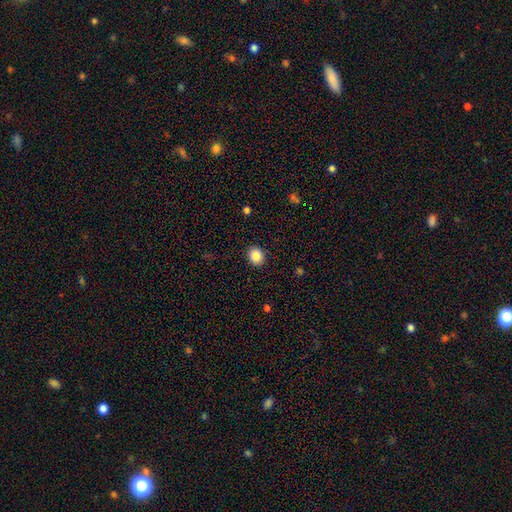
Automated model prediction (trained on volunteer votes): Overall: smooth (86%). How rounded: round (64%; in between 35%). Merging: none (91%).